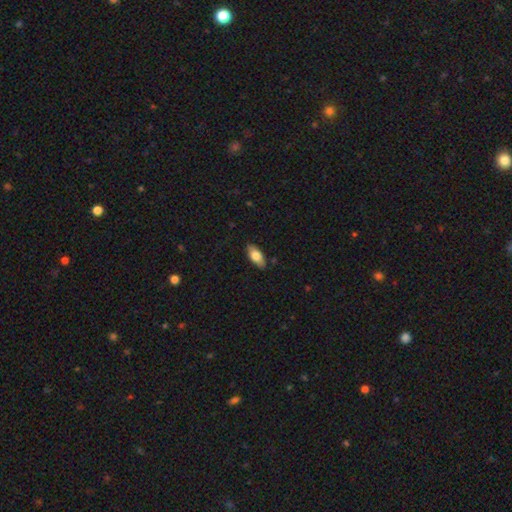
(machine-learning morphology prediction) smooth 73%, featured or disk 20%, star or artifact 6%. Down the decision tree: how rounded — in between (85%); merging — none (86%).